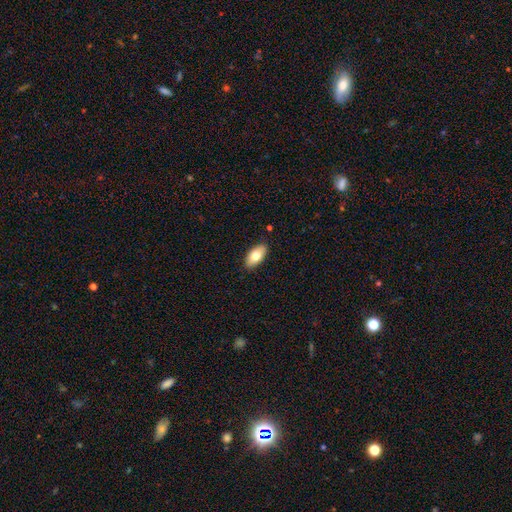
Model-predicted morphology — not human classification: smooth 75%, featured or disk 19%, star or artifact 7%. Down the decision tree: how rounded — in between (92%); merging — none (88%).